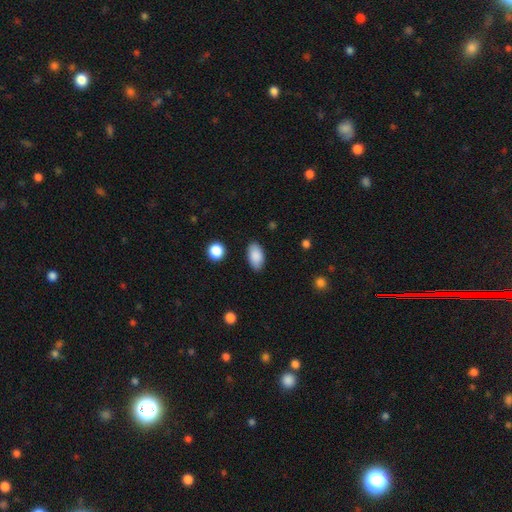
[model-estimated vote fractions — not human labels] This is clearly a smooth galaxy (88%). How rounded: clearly in between (94%). Merging: clearly none (86%).